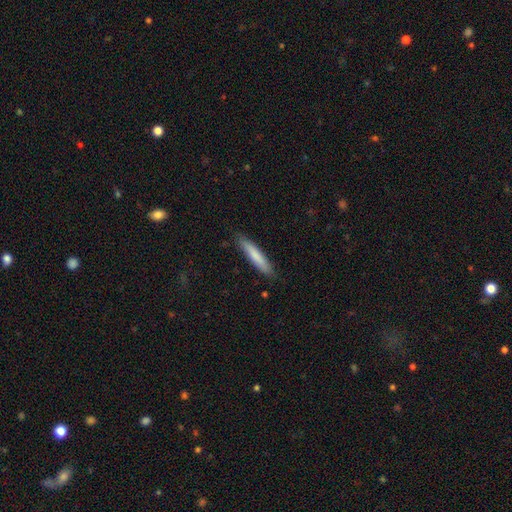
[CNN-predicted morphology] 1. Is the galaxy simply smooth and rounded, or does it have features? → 78% smooth, 17% featured or disk, 5% star or artifact.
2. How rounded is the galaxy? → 90% cigar-shaped, 9% in between, 1% round.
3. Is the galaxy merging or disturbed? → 86% none, 11% minor disturbance, 2% major disturbance, 1% merger.